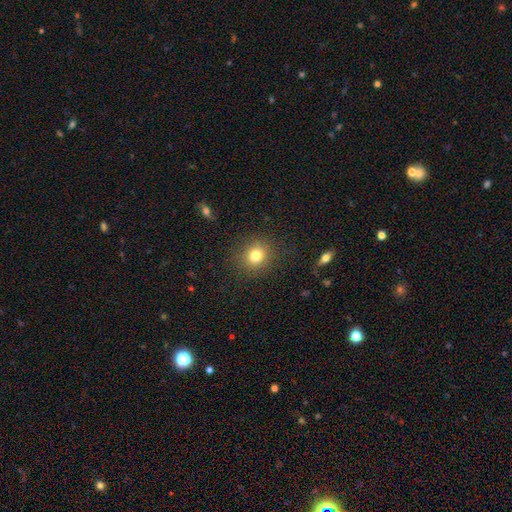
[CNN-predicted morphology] A smooth galaxy with no disk features (80%) that is round (84%). Merging: none (88%).